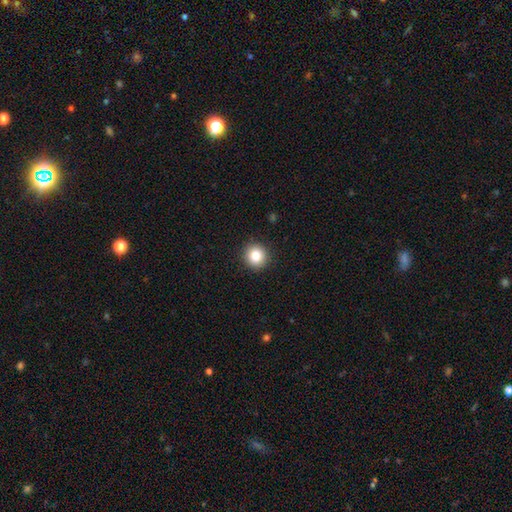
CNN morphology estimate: A smooth galaxy with no disk features (84%) that is round (93%).

Vote fractions:
- Smooth or featured? smooth: 84% / star or artifact: 10% / featured or disk: 6%
- How rounded? round: 93% / in between: 6% / cigar-shaped: 1%
- Merging? none: 92% / minor disturbance: 5% / major disturbance: 2% / merger: 1%